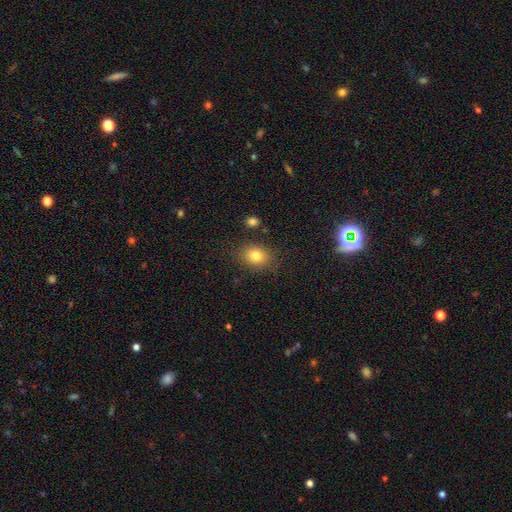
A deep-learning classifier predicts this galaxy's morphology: The model was most divided on "how rounded": in between: 59%, round: 40%, cigar-shaped: 1%. More confident: merging — none (81%); smooth or featured — smooth (81%).